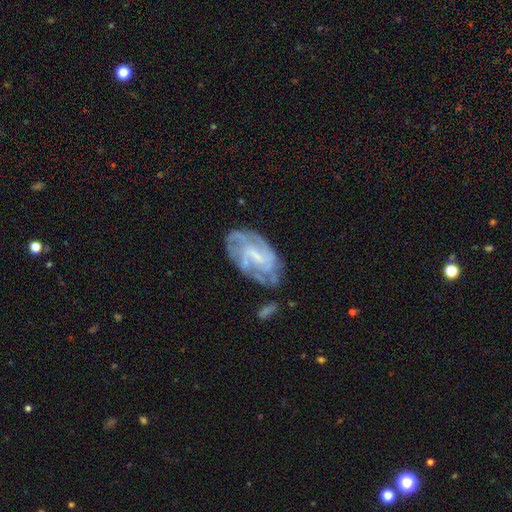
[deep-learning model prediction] Smooth or featured?
  - featured or disk: 79% *
  - smooth: 14%
  - star or artifact: 7%
Edge-on disk?
  - no: 96% *
  - yes: 4%
Bar?
  - weak: 49% *
  - no: 33%
  - strong: 18%
Spiral arms?
  - yes: 90% *
  - no: 10%
Spiral winding?
  - tight: 50% *
  - medium: 38%
  - loose: 12%
Spiral arm count?
  - can't tell: 33% *
  - 3: 24%
  - 2: 22%
  - 4: 12%
  - 1: 4%
  - more than 4: 4%
Bulge size?
  - small: 47% *
  - moderate: 26%
  - none: 23%
  - large: 3%
  - dominant: 1%
Merging?
  - none: 60% *
  - minor disturbance: 23%
  - major disturbance: 11%
  - merger: 6%